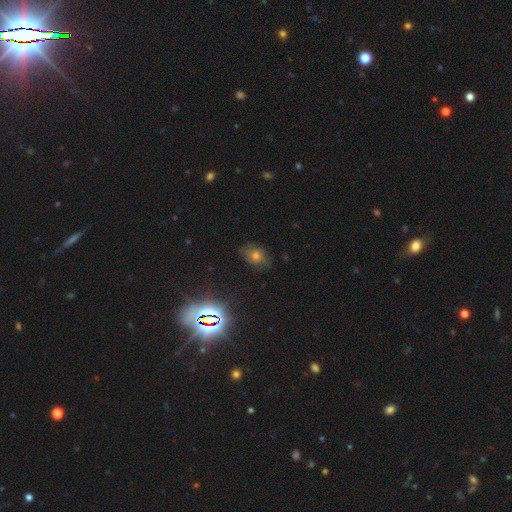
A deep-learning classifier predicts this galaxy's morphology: The model was most divided on "how rounded": in between: 58%, round: 40%, cigar-shaped: 1%. More confident: merging — none (73%); smooth or featured — smooth (54%).